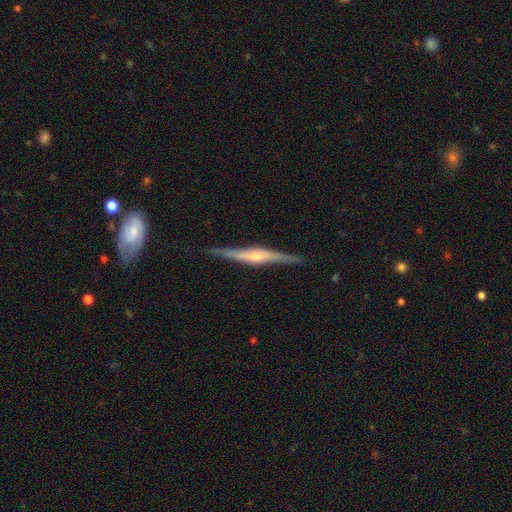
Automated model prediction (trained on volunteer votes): The model was most divided on "edge-on bulge": rounded: 67%, boxy: 20%, none: 14%. More confident: edge-on disk — yes (97%); merging — none (85%); smooth or featured — featured or disk (76%).